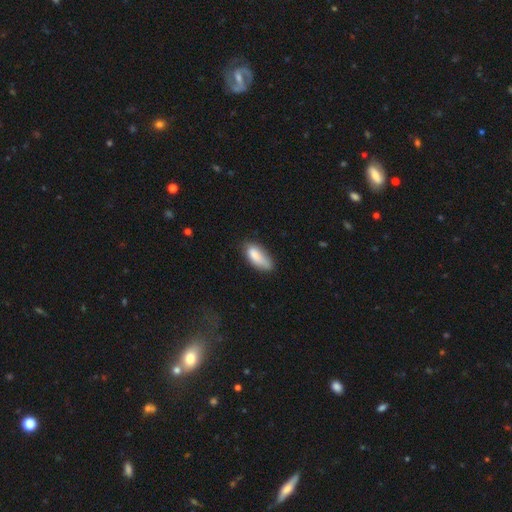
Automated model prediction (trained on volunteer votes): Morphology: type=smooth (81%); roundness=in between (79%); merging=none (53%).